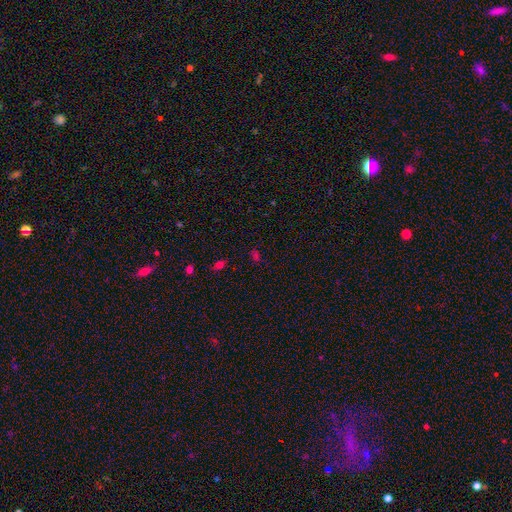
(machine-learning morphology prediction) Smooth or featured? Predicted: smooth (p=0.50). Merging? Predicted: none (p=0.73).